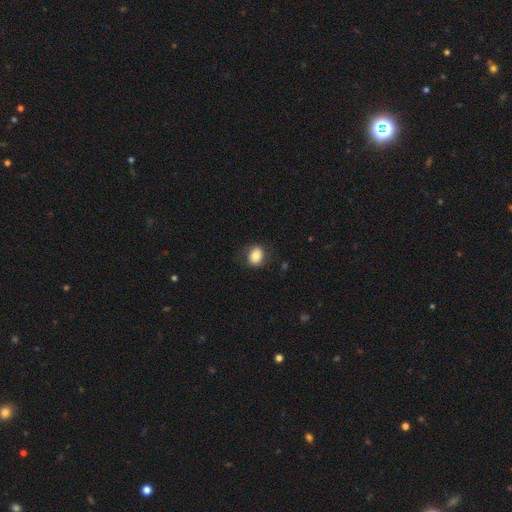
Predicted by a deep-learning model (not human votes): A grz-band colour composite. It shows a smooth galaxy with no disk features (82%) that is in between round and cigar-shaped (57%). Merging: none (79%).